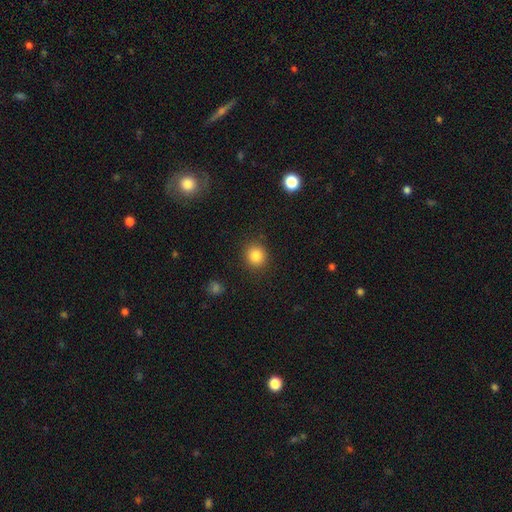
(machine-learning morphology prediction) This appears to be a smooth galaxy with no disk features (85%) that is round (86%). Merging: none (89%).